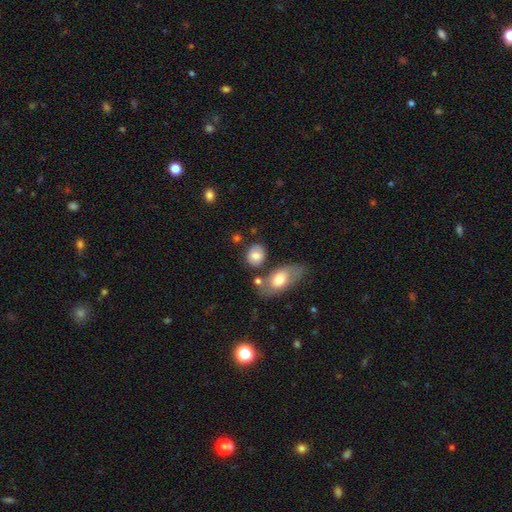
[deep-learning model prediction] Morphology: type=smooth (78%); roundness=in between (50%); merging=none (68%).